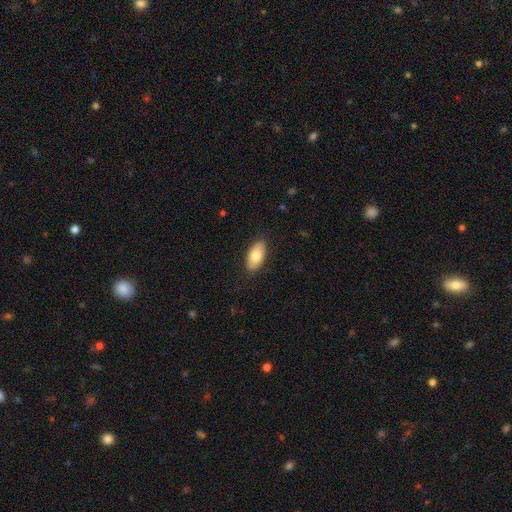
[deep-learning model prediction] Q: Smooth or featured?
A: smooth (77%); runner-up: featured or disk (17%)
Q: How rounded?
A: in between (94%); runner-up: cigar-shaped (3%)
Q: Merging?
A: none (87%); runner-up: minor disturbance (10%)